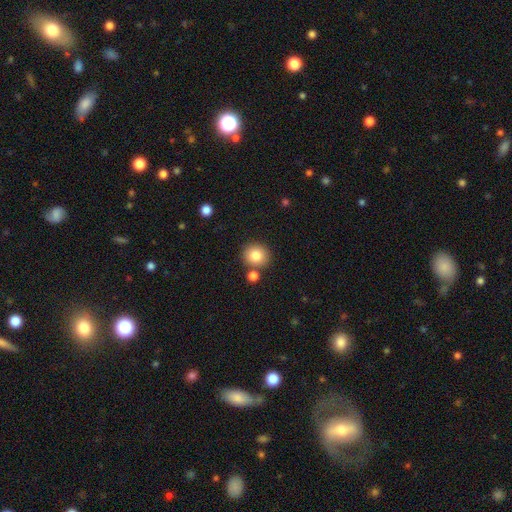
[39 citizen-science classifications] smooth-or-featured: smooth: 87% | star or artifact: 8% | featured or disk: 5%
  how-rounded: round: 100% | in between: 0% | cigar-shaped: 0%
  merging: none: 67% | minor disturbance: 17% | merger: 17% | major disturbance: 0%